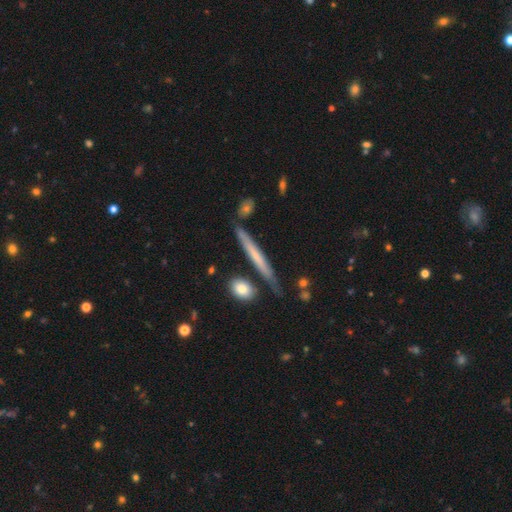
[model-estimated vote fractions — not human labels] smooth-or-featured: smooth: 51% | featured or disk: 43% | star or artifact: 6%
  how-rounded: cigar-shaped: 93% | in between: 4% | round: 2%
  merging: none: 79% | minor disturbance: 13% | merger: 5% | major disturbance: 3%